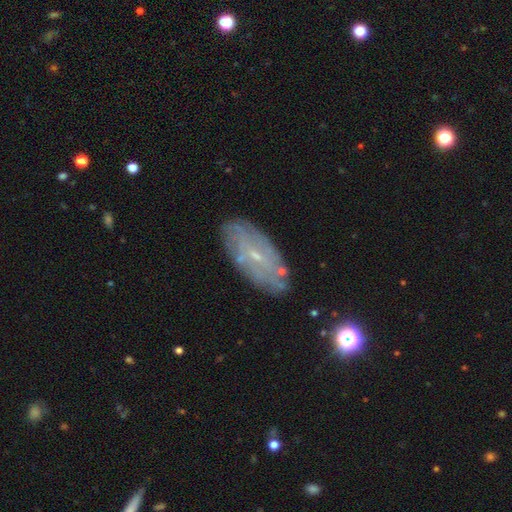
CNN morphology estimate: The model was most divided on "bar": no: 51%, weak: 39%, strong: 10%. More confident: edge-on disk — no (89%); bulge size — small (79%); merging — none (77%); smooth or featured — featured or disk (66%); spiral arms — yes (66%).